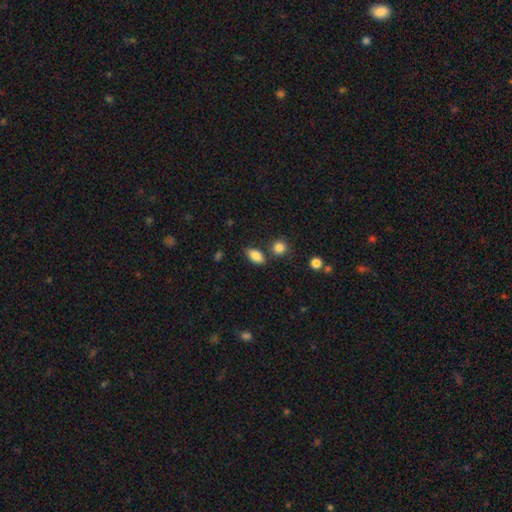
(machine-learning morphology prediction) Q: Smooth or featured?
A: smooth (84%); runner-up: star or artifact (8%)
Q: How rounded?
A: in between (88%); runner-up: round (7%)
Q: Merging?
A: none (77%); runner-up: minor disturbance (13%)